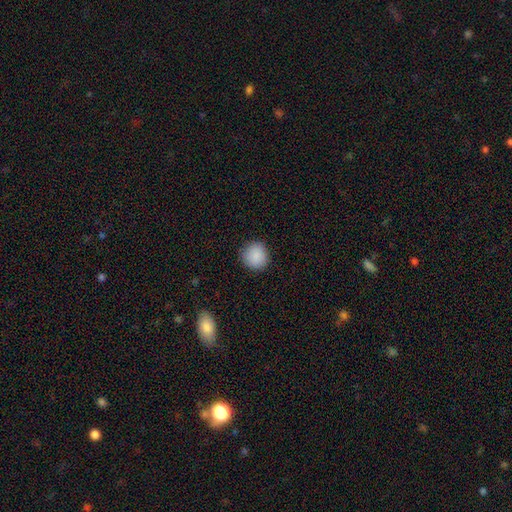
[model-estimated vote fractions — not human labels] Smooth or featured? Predicted: smooth (p=0.88). How rounded? Predicted: round (p=0.93). Merging? Predicted: none (p=0.90).